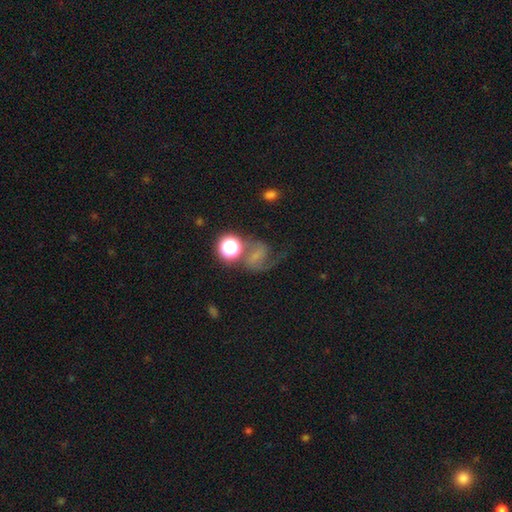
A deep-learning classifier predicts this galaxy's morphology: This appears to be a featured or disk galaxy (50%). Merging: none (44%).